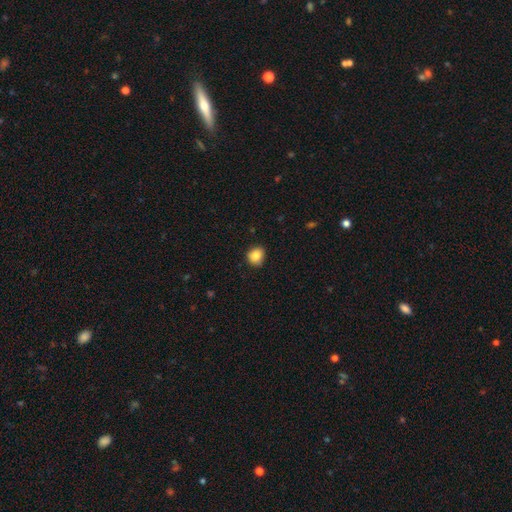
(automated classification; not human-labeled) A smooth galaxy with no disk features (84%) that is round (78%).

Vote fractions:
- Smooth or featured? smooth: 84% / star or artifact: 9% / featured or disk: 6%
- How rounded? round: 78% / in between: 21% / cigar-shaped: 1%
- Merging? none: 83% / minor disturbance: 13% / major disturbance: 2% / merger: 1%